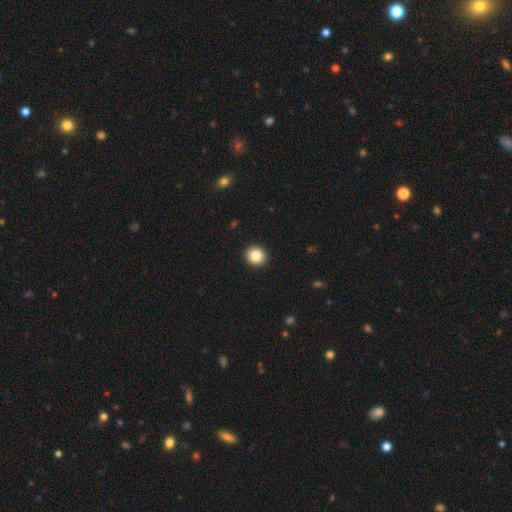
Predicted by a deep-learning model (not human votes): smooth_or_featured: smooth (p=0.86) [alt: star or artifact p=0.09]
how_rounded: round (p=0.83) [alt: in between p=0.16]
merging: none (p=0.93) [alt: minor disturbance p=0.05]